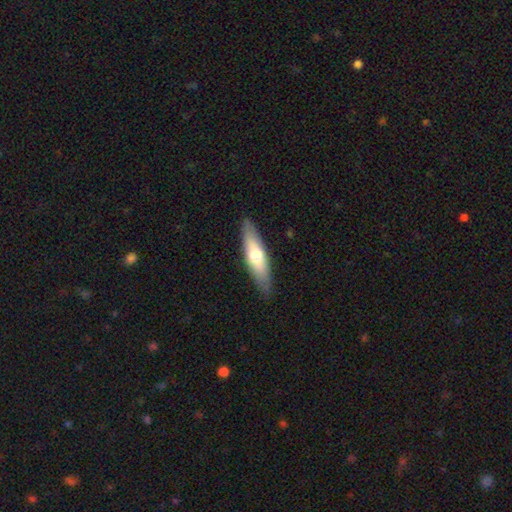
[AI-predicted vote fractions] Smooth or featured? Predicted: smooth (p=0.54). How rounded? Predicted: cigar-shaped (p=0.60). Merging? Predicted: none (p=0.86).